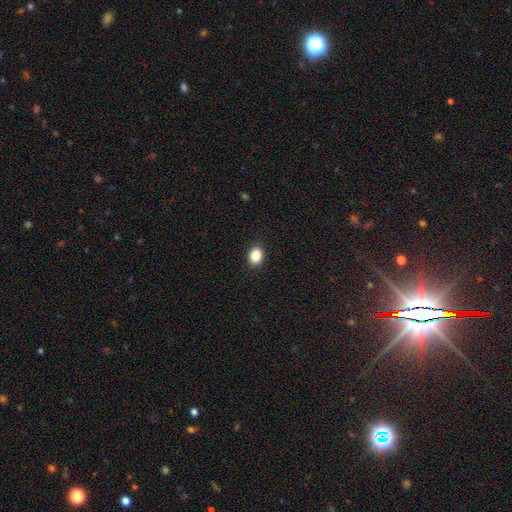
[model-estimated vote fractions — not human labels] Smooth or featured? smooth (87%)
How rounded? in between (62%)
Merging? none (91%)